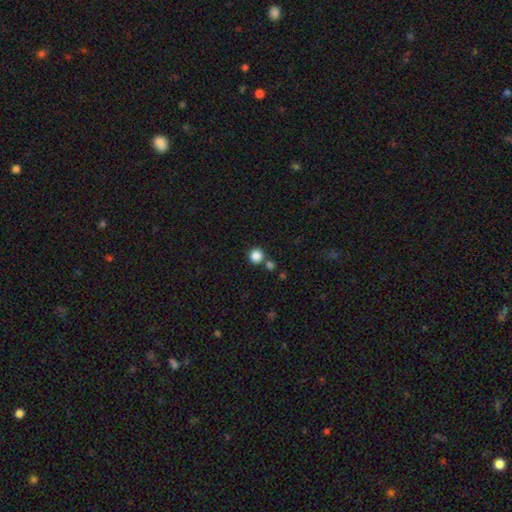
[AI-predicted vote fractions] smooth 86%, star or artifact 11%, featured or disk 4%. Down the decision tree: how rounded — round (94%); merging — none (77%).